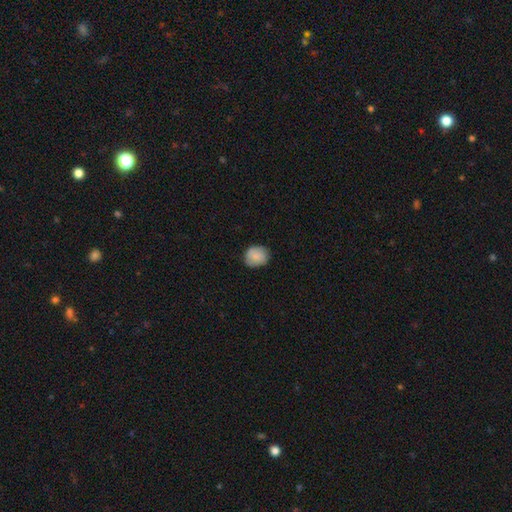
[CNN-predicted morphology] type=smooth (84%); roundness=round (67%); merging=none (79%).